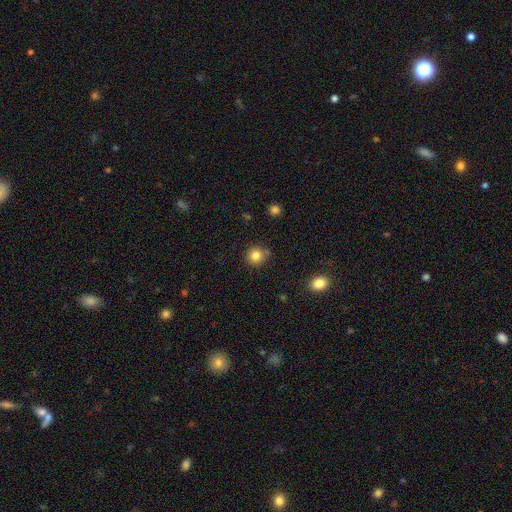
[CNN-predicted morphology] Overall: smooth (82%). How rounded: round (91%). Merging: none (82%).